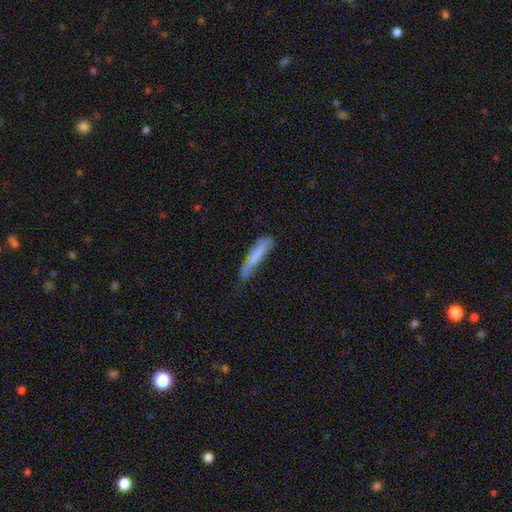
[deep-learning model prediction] A smooth galaxy with no disk features (73%) that is cigar-shaped (89%). Merging: none (52%).